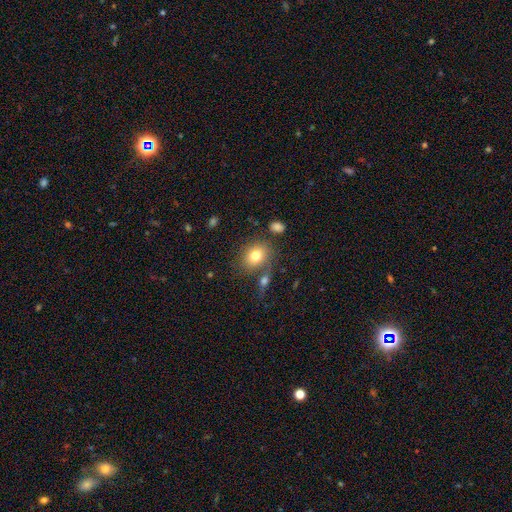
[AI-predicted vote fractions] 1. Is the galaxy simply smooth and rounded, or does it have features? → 77% smooth, 12% featured or disk, 11% star or artifact.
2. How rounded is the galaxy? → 58% round, 41% in between, 1% cigar-shaped.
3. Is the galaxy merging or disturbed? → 68% none, 13% minor disturbance, 13% merger, 6% major disturbance.